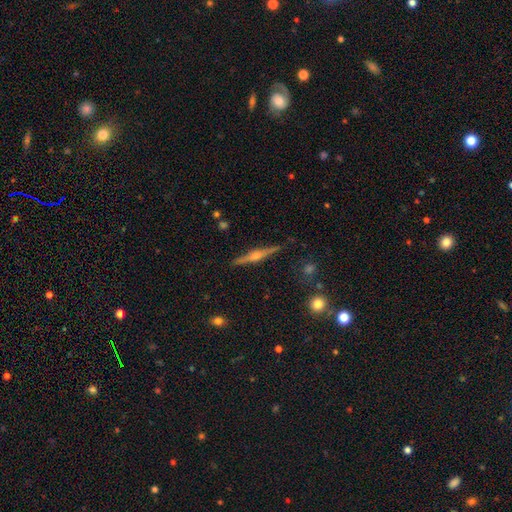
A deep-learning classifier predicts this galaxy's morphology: Smooth or featured? Predicted: featured or disk (p=0.80). Edge-on disk? Predicted: yes (p=0.98). Edge-on bulge? Predicted: rounded (p=0.91). Merging? Predicted: none (p=0.91).